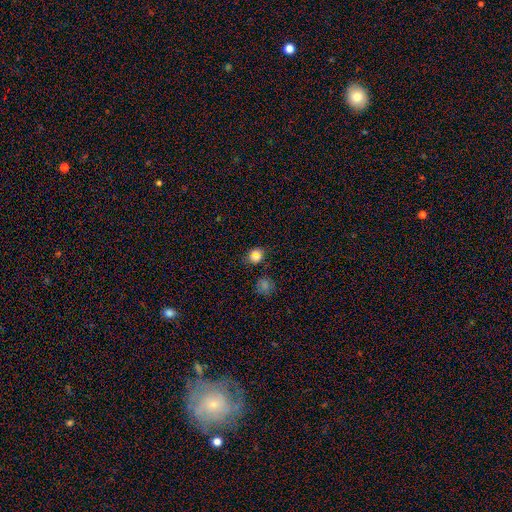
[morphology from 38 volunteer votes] Smooth or featured?
  - smooth: 89% *
  - featured or disk: 5%
  - star or artifact: 5%
How rounded?
  - round: 76% *
  - in between: 24%
  - cigar-shaped: 0%
Merging?
  - none: 94% *
  - minor disturbance: 3%
  - major disturbance: 3%
  - merger: 0%